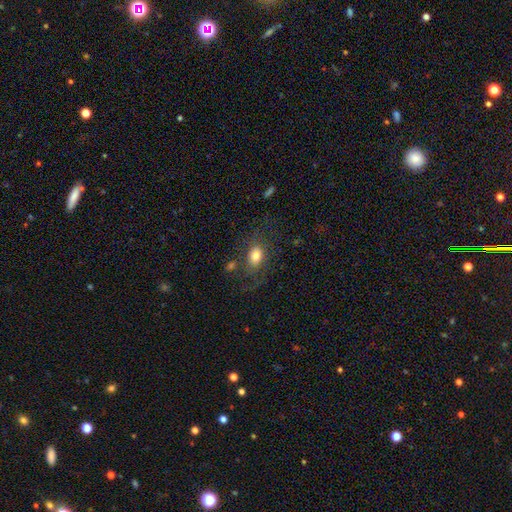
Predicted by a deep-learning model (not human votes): smooth-or-featured: smooth: 68% | featured or disk: 23% | star or artifact: 9%
  how-rounded: in between: 77% | round: 21% | cigar-shaped: 2%
  merging: none: 58% | major disturbance: 20% | minor disturbance: 18% | merger: 4%